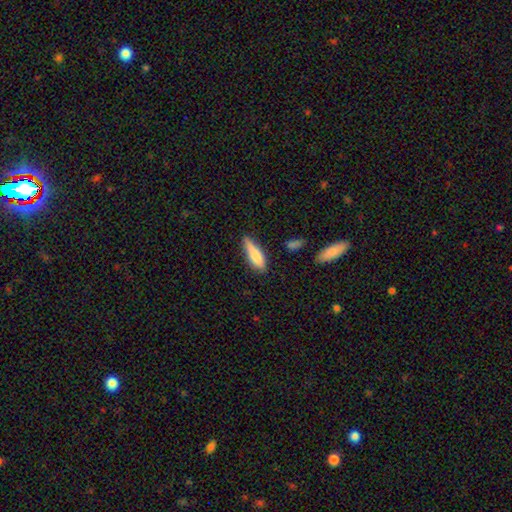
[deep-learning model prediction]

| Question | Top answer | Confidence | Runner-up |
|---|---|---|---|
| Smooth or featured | smooth | 79% | featured or disk (14%) |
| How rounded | cigar-shaped | 52% | in between (46%) |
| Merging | none | 62% | minor disturbance (29%) |